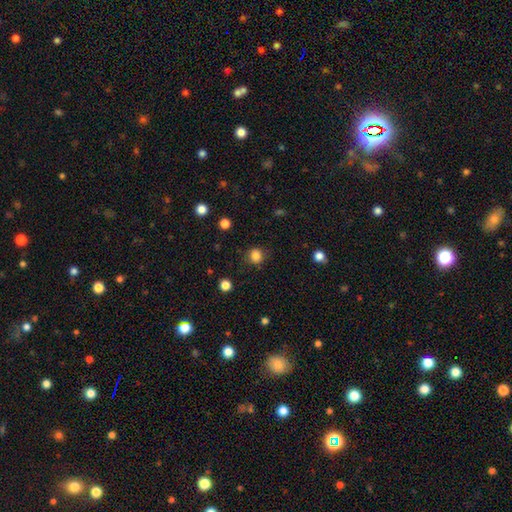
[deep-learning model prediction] Smooth or featured: smooth — 85% (star or artifact — 12%)
How rounded: round — 86% (in between — 13%)
Merging: none — 84% (minor disturbance — 11%)